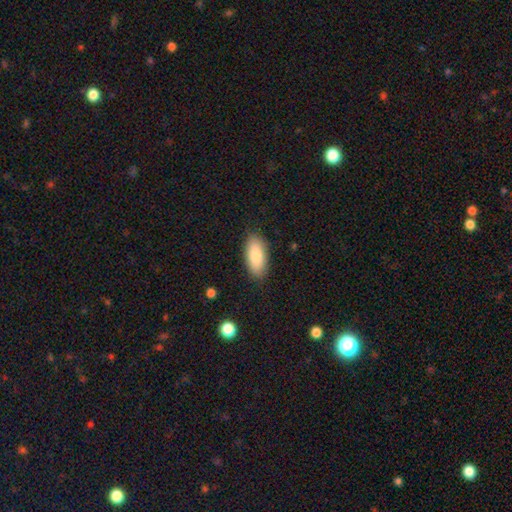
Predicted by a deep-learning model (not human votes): Overall: smooth (83%). How rounded: in between (88%). Merging: none (86%).